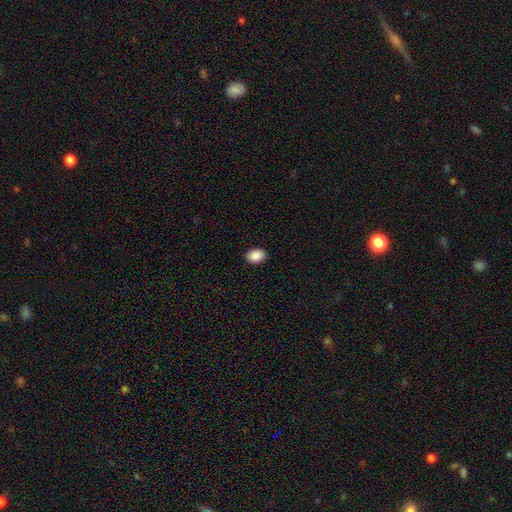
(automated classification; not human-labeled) smooth 90%, star or artifact 8%, featured or disk 3%. Down the decision tree: how rounded — in between (72%); merging — none (90%).